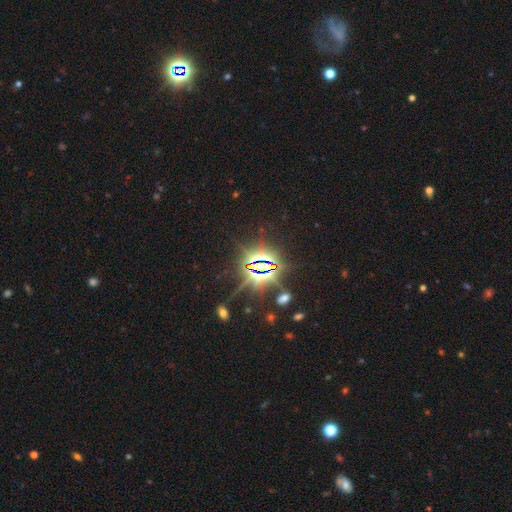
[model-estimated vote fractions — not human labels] A star or artifact, not a galaxy (85%).

Vote fractions:
- Smooth or featured? star or artifact: 85% / smooth: 9% / featured or disk: 6%